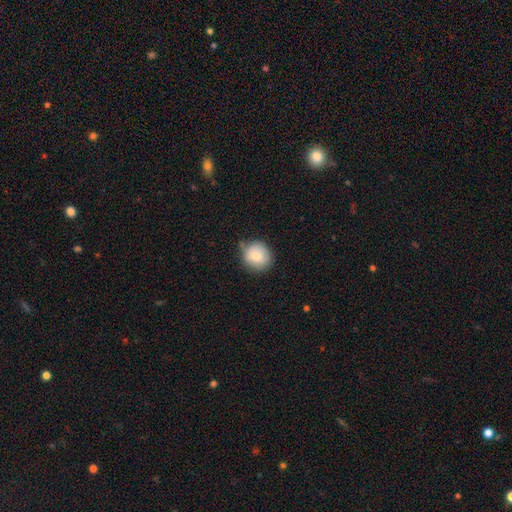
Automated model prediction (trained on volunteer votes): smooth 76%, featured or disk 16%, star or artifact 8%. Down the decision tree: how rounded — round (87%); merging — none (70%).